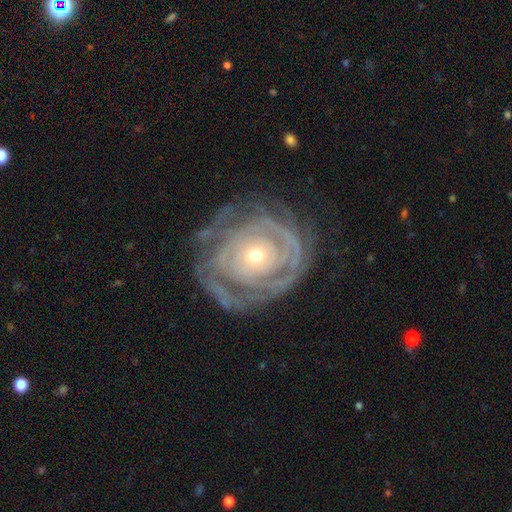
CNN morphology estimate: A featured or disk galaxy (82%) with no bar (83%), tight (80%) spiral arms (79%) and a small central bulge (56%). Merging: none (67%).